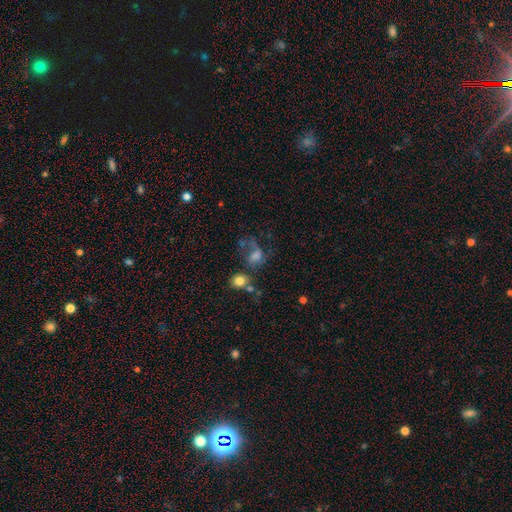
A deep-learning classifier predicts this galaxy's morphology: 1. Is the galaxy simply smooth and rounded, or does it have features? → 50% smooth, 34% featured or disk, 16% star or artifact.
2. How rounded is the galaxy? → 58% in between, 40% round, 2% cigar-shaped.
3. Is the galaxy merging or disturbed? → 40% major disturbance, 27% none, 17% merger, 16% minor disturbance.